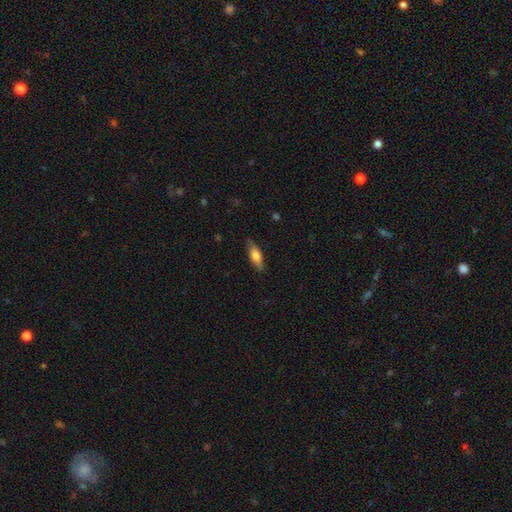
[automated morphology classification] This is likely a smooth galaxy (68%). How rounded: possibly in between (55%). Merging: clearly none (84%).